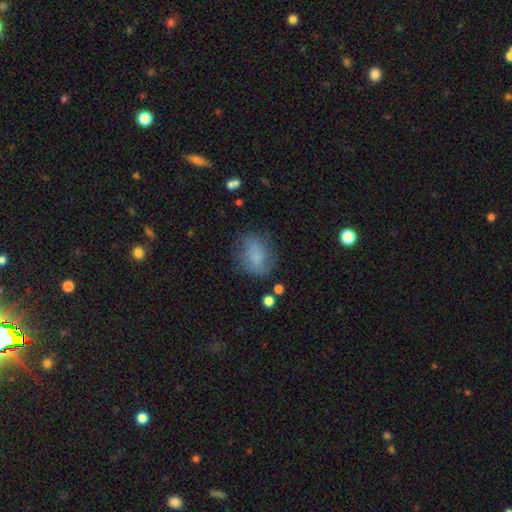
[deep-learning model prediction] Morphology: type=smooth (72%); roundness=in between (68%); merging=none (64%).